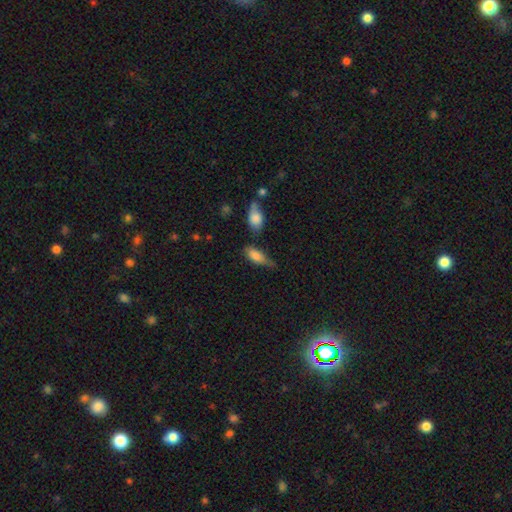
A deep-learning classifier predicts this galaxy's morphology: This appears to be a smooth galaxy with no disk features (78%) that is in between round and cigar-shaped (78%). Merging: none (37%, tied with minor disturbance).